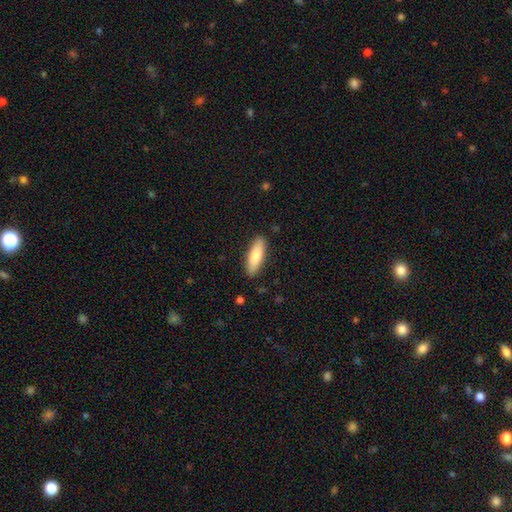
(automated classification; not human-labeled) Morphology: type=smooth (80%); roundness=in between (50%); merging=none (89%).